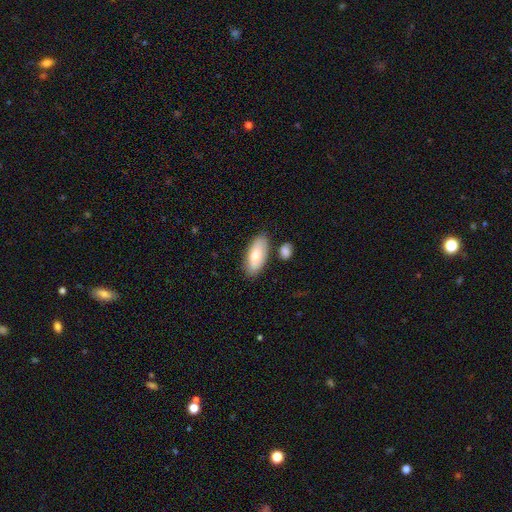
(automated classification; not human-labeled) Smooth or featured? smooth (76%)
How rounded? in between (86%)
Merging? none (78%)